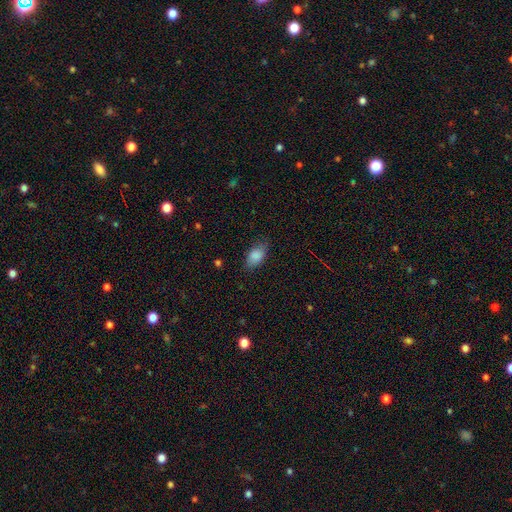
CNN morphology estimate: A smooth galaxy with no disk features (85%) that is in between round and cigar-shaped (90%).

Vote fractions:
- Smooth or featured? smooth: 85% / star or artifact: 8% / featured or disk: 7%
- How rounded? in between: 90% / round: 6% / cigar-shaped: 4%
- Merging? none: 75% / minor disturbance: 19% / major disturbance: 5% / merger: 1%